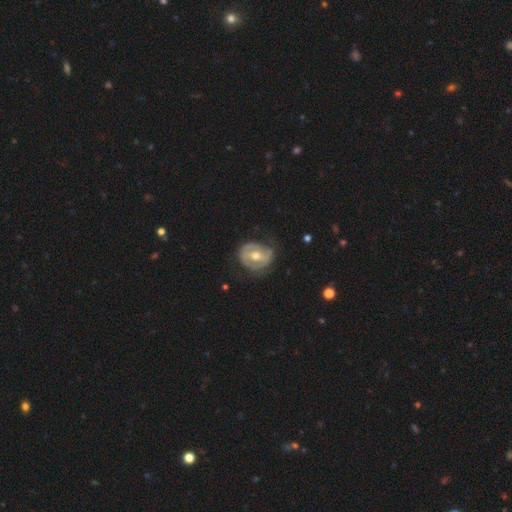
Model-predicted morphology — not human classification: Smooth or featured? featured or disk (68%)
Edge-on disk? no (96%)
Bar? weak (40%)
Spiral arms? yes (55%)
Bulge size? moderate (74%)
Merging? none (64%)